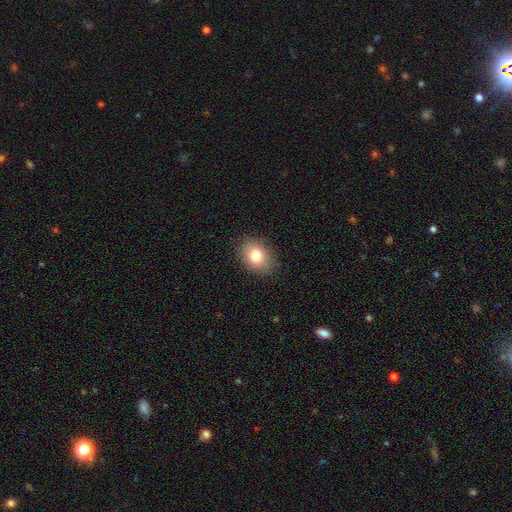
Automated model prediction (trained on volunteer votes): Q: Smooth or featured?
A: smooth (79%); runner-up: featured or disk (11%)
Q: How rounded?
A: in between (68%); runner-up: round (31%)
Q: Merging?
A: none (87%); runner-up: minor disturbance (10%)